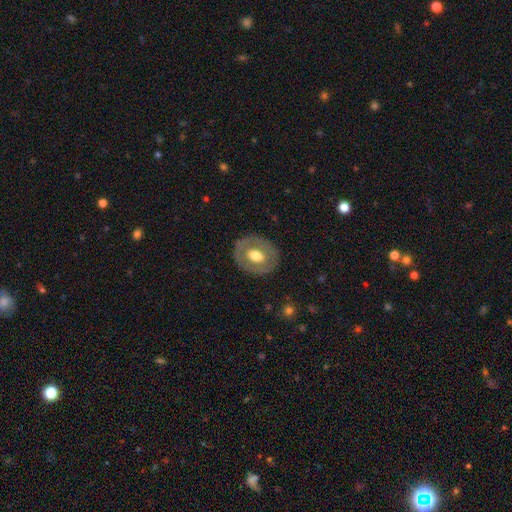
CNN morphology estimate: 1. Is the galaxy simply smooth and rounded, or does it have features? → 48% smooth, 46% featured or disk, 6% star or artifact.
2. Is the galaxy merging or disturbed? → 82% none, 12% minor disturbance, 5% major disturbance, 1% merger.